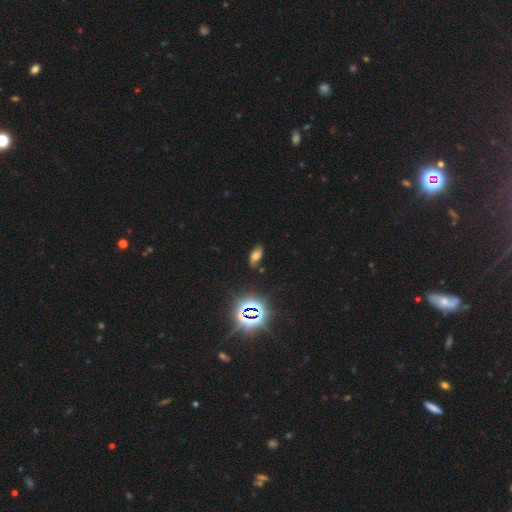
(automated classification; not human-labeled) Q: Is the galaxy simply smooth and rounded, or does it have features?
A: smooth — 53%.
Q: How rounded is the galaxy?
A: in between — 86%.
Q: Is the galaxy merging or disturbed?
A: none — 77%.